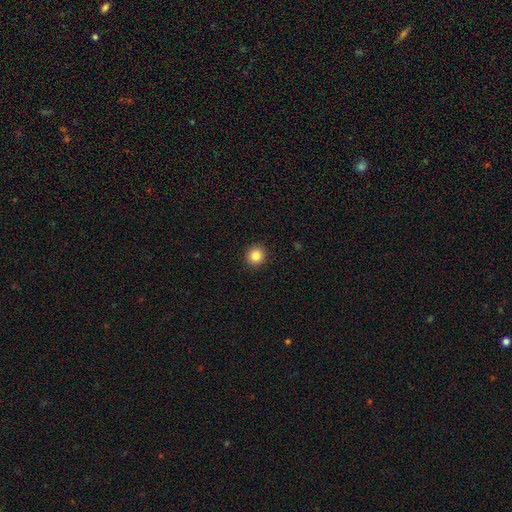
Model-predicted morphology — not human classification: smooth-or-featured: smooth: 86% | star or artifact: 10% | featured or disk: 4%
  how-rounded: round: 90% | in between: 9% | cigar-shaped: 1%
  merging: none: 92% | minor disturbance: 5% | major disturbance: 2% | merger: 1%